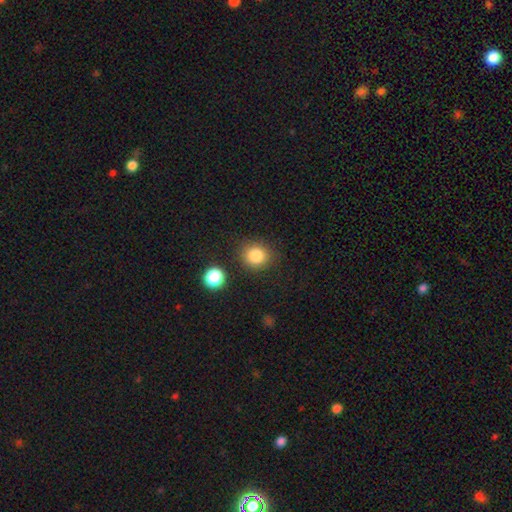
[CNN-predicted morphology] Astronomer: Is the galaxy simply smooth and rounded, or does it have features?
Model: smooth — 84%.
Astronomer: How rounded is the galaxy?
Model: round — 82%.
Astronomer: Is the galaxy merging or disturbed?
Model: none — 83%.